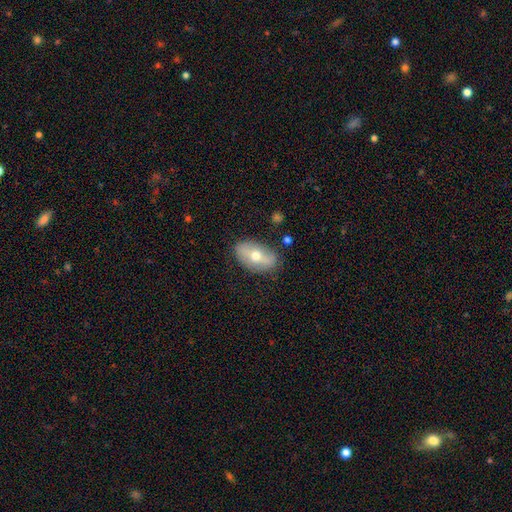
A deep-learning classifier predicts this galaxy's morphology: Smooth or featured? smooth (52%)
How rounded? in between (89%)
Merging? none (79%)